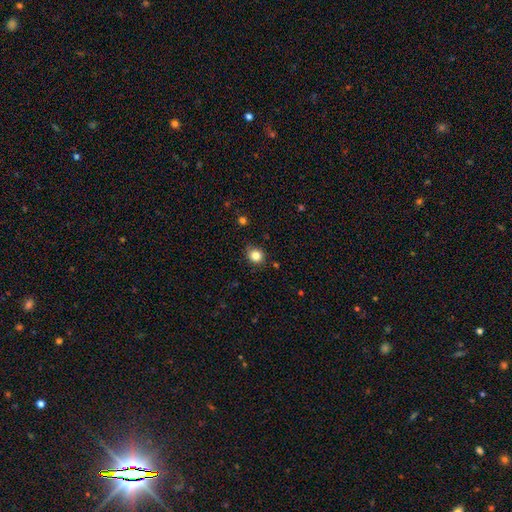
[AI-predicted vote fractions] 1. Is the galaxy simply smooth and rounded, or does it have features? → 83% smooth, 11% star or artifact, 5% featured or disk.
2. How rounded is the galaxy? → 73% round, 26% in between, 1% cigar-shaped.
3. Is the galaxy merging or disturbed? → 82% none, 14% minor disturbance, 3% major disturbance, 2% merger.